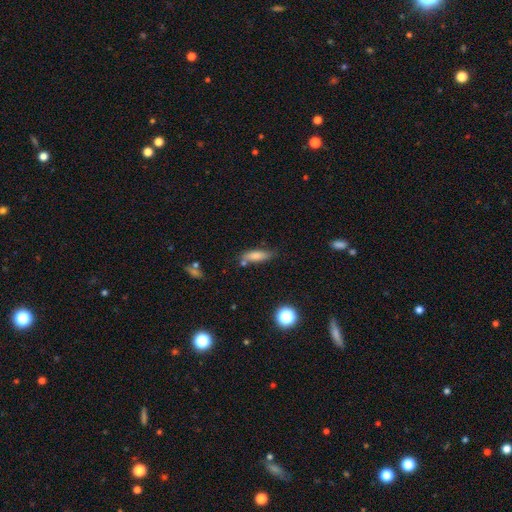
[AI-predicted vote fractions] Smooth or featured? smooth (77%)
How rounded? in between (49%)
Merging? none (66%)